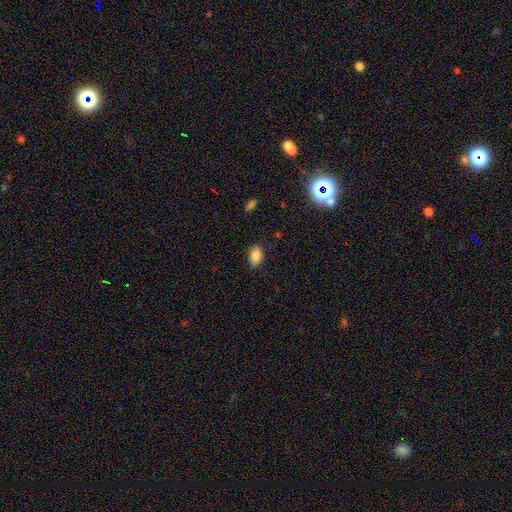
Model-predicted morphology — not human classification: A smooth galaxy with no disk features (85%) that is in between round and cigar-shaped (89%).

Vote fractions:
- Smooth or featured? smooth: 85% / star or artifact: 9% / featured or disk: 6%
- How rounded? in between: 89% / round: 10% / cigar-shaped: 2%
- Merging? none: 81% / minor disturbance: 15% / major disturbance: 3% / merger: 1%